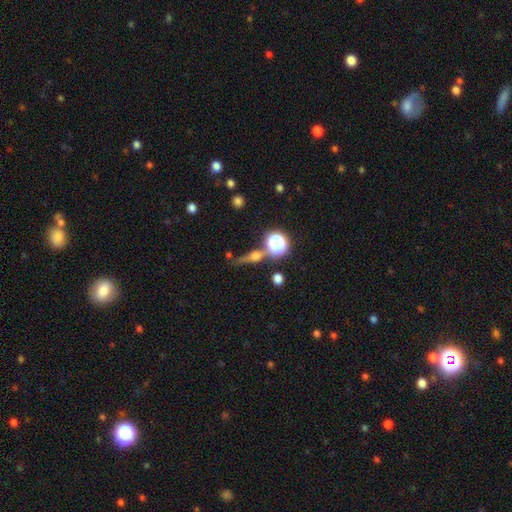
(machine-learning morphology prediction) smooth_or_featured: featured or disk (p=0.40) [alt: smooth p=0.39]
merging: none (p=0.66) [alt: minor disturbance p=0.15]